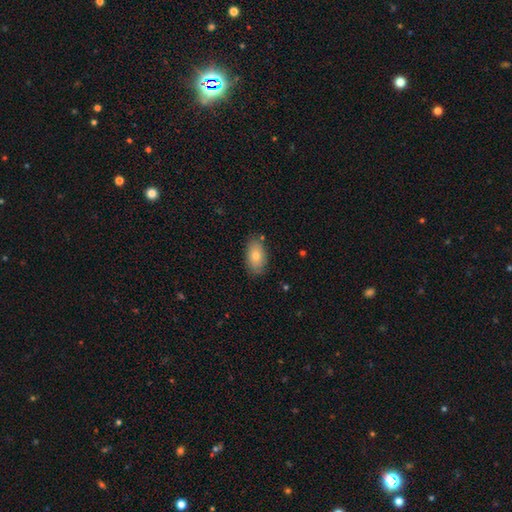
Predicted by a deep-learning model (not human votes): A smooth galaxy with no disk features (76%) that is in between round and cigar-shaped (91%). Merging: none (85%).